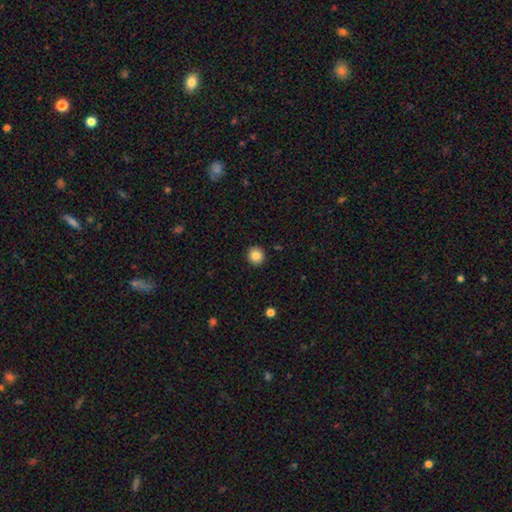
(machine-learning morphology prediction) Q: Smooth or featured?
A: smooth (85%); runner-up: star or artifact (10%)
Q: How rounded?
A: round (94%); runner-up: in between (5%)
Q: Merging?
A: none (92%); runner-up: minor disturbance (5%)